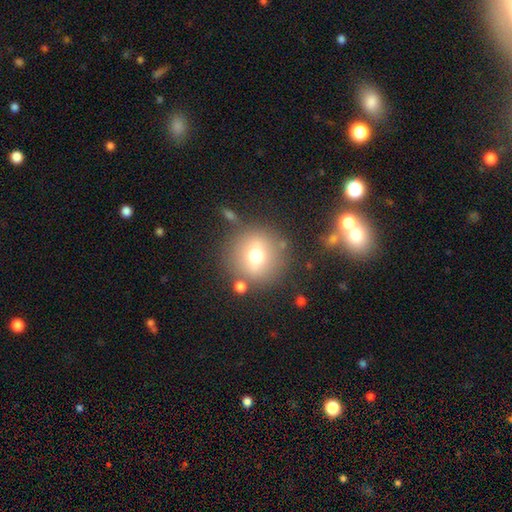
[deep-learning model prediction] The model was most divided on "smooth or featured": smooth: 64%, featured or disk: 23%, star or artifact: 13%. More confident: how rounded — round (93%); merging — none (80%).